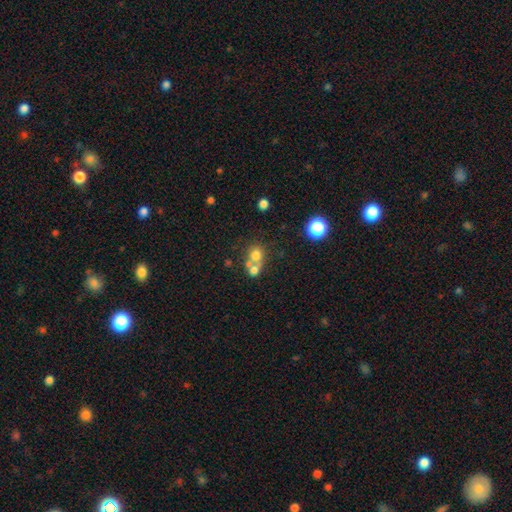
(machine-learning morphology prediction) This appears to be a smooth galaxy with no disk features (68%) that is round (80%). Merging: merger (52%).